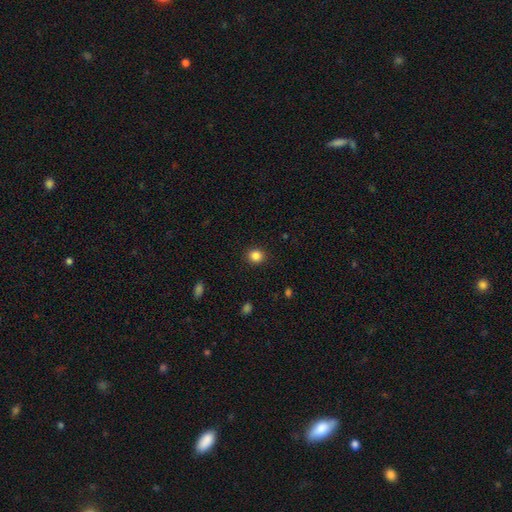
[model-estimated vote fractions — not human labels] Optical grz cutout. It shows a smooth galaxy with no disk features (85%) that is round (88%). Merging: none (91%).